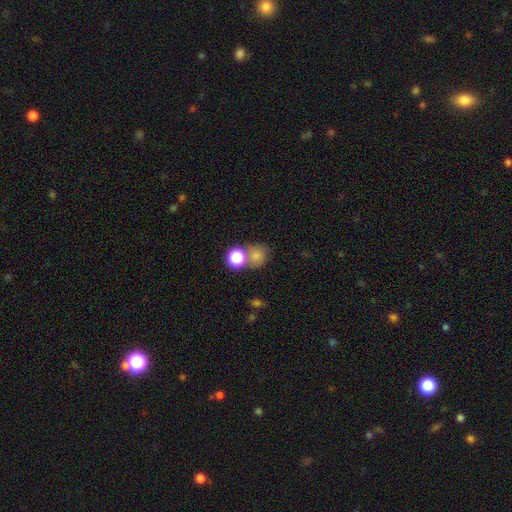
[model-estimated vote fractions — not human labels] Smooth or featured? Predicted: smooth (p=0.75). How rounded? Predicted: round (p=0.76). Merging? Predicted: none (p=0.48).